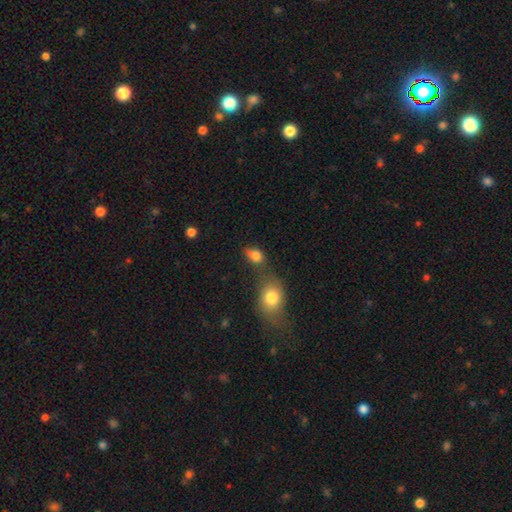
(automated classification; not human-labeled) A smooth galaxy with no disk features (81%) that is in between round and cigar-shaped (72%). Merging: none (43%).